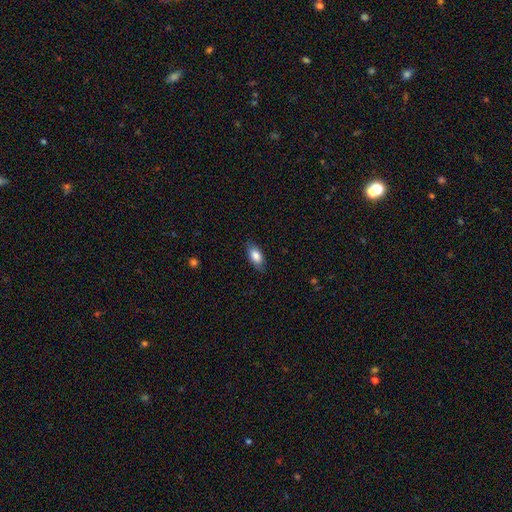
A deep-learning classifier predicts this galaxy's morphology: Smooth or featured: smooth — 83% (featured or disk — 10%)
How rounded: in between — 88% (cigar-shaped — 8%)
Merging: none — 83% (minor disturbance — 13%)